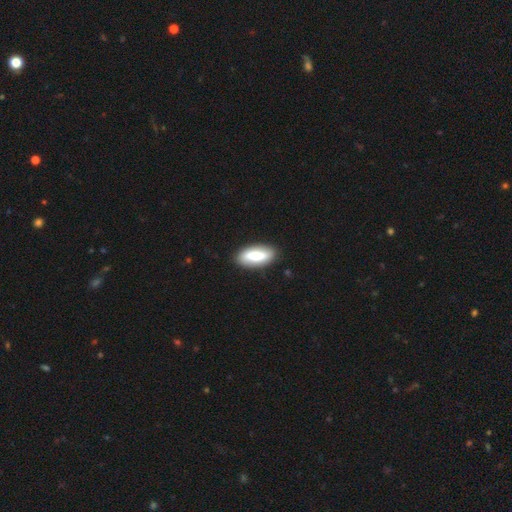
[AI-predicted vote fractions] smooth_or_featured: smooth (p=0.75) [alt: featured or disk p=0.19]
how_rounded: in between (p=0.82) [alt: cigar-shaped p=0.15]
merging: none (p=0.88) [alt: minor disturbance p=0.09]